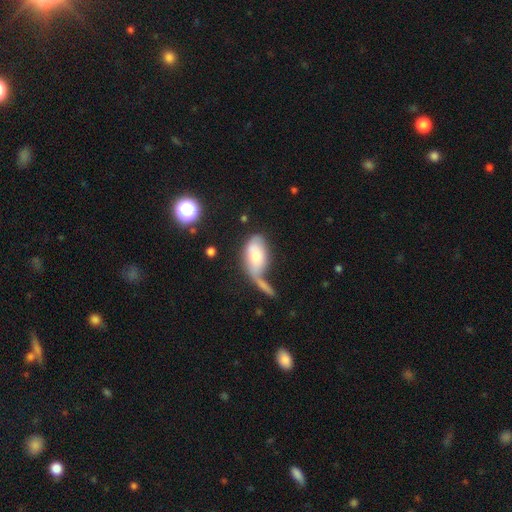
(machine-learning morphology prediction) The model was most divided on "merging": merger: 39%, none: 28%, major disturbance: 17%, minor disturbance: 17%. More confident: how rounded — in between (91%); smooth or featured — smooth (68%).